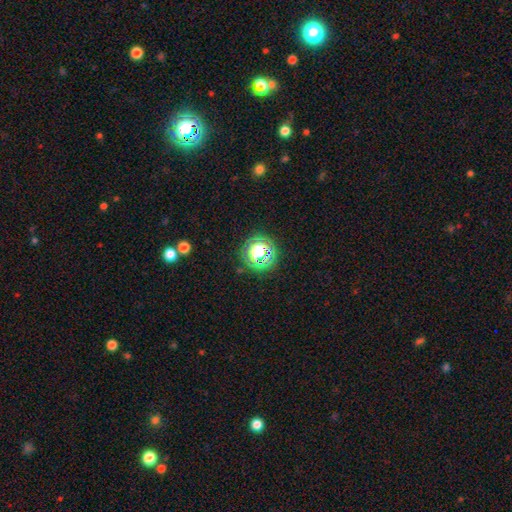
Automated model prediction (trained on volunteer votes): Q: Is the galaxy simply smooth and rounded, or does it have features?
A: star or artifact — 63%.